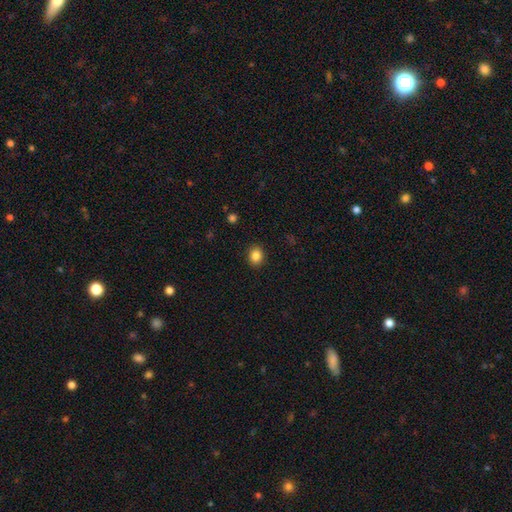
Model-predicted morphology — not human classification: Smooth or featured: smooth — 85% (star or artifact — 10%)
How rounded: round — 60% (in between — 39%)
Merging: none — 90% (minor disturbance — 7%)